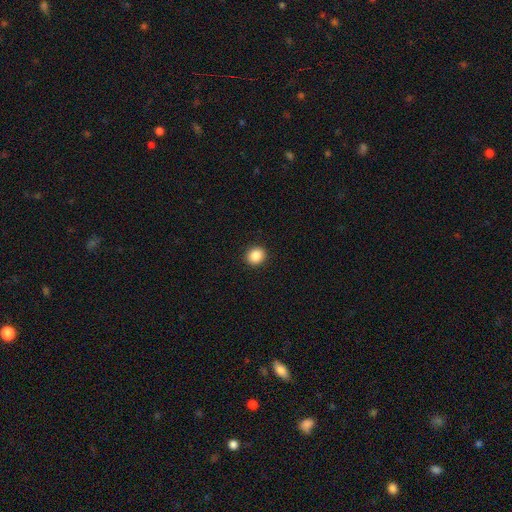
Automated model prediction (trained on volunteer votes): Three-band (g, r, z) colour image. It shows a smooth galaxy with no disk features (87%) that is round (84%). Merging: none (93%).